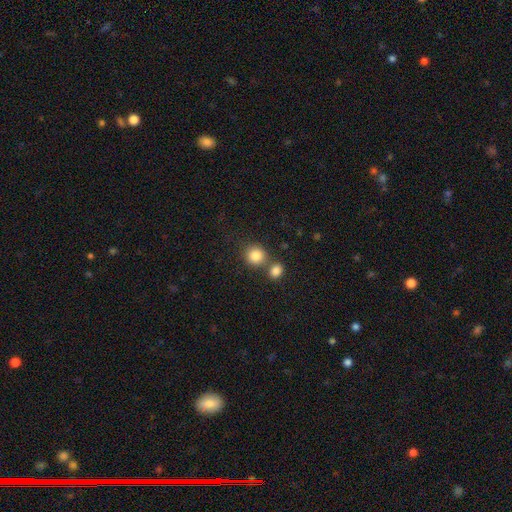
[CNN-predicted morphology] type=smooth (84%); roundness=round (87%); merging=none (59%).